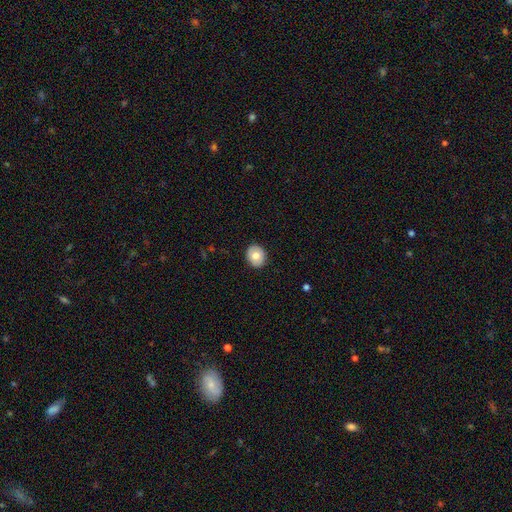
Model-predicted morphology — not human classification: The model was most divided on "how rounded": round: 61%, in between: 38%, cigar-shaped: 1%. More confident: merging — none (90%); smooth or featured — smooth (74%).